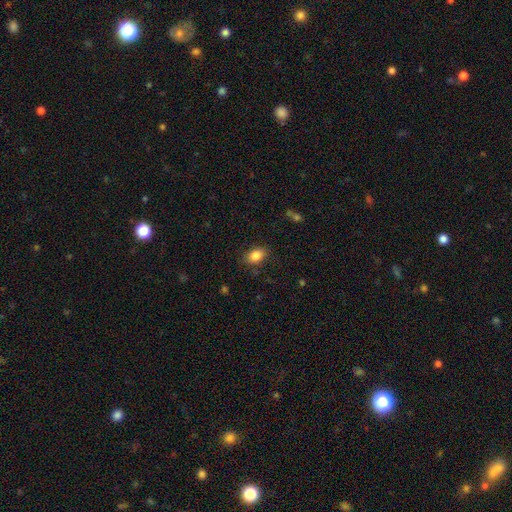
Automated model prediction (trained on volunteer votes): smooth-or-featured: smooth: 86% | star or artifact: 8% | featured or disk: 6%
  how-rounded: in between: 84% | round: 14% | cigar-shaped: 2%
  merging: none: 83% | minor disturbance: 12% | major disturbance: 3% | merger: 1%